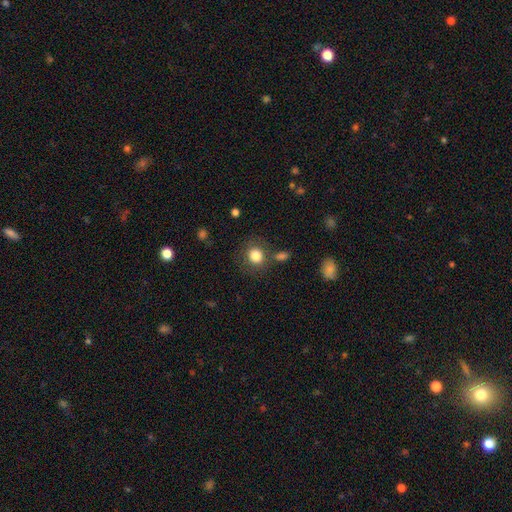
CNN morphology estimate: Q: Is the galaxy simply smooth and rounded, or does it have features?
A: smooth — 83%.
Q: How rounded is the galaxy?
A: round — 79%.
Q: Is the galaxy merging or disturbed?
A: none — 75%.